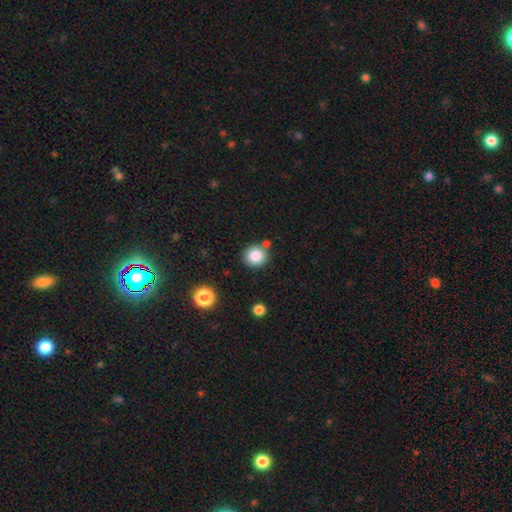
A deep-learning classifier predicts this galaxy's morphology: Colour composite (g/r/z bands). It shows a smooth galaxy with no disk features (84%) that is round (91%). Merging: none (77%).